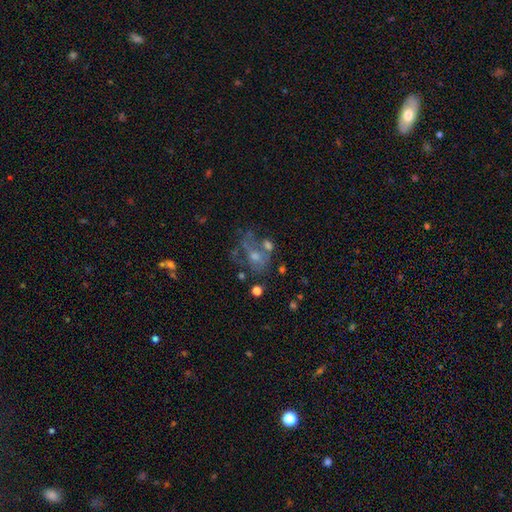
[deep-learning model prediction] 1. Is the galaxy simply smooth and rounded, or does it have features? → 55% featured or disk, 28% smooth, 17% star or artifact.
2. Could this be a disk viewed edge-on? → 96% no, 4% yes.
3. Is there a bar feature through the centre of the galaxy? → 73% no, 21% weak, 5% strong.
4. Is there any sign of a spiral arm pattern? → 59% no, 41% yes.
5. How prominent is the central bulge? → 50% moderate, 35% small, 9% none, 5% large, 2% dominant.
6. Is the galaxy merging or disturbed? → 34% none, 26% major disturbance, 22% merger, 17% minor disturbance.